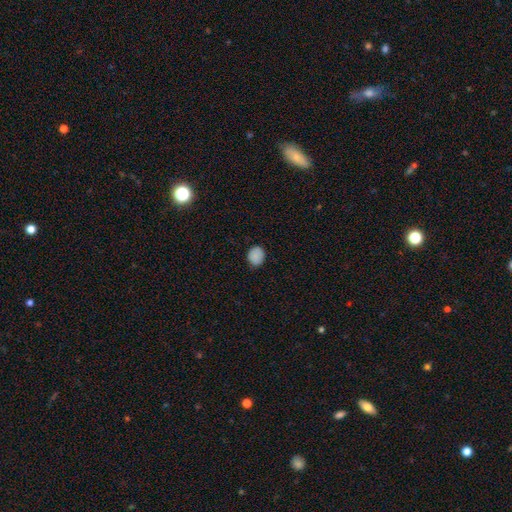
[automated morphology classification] smooth 86%, star or artifact 10%, featured or disk 4%. Down the decision tree: how rounded — round (68%); merging — none (84%).